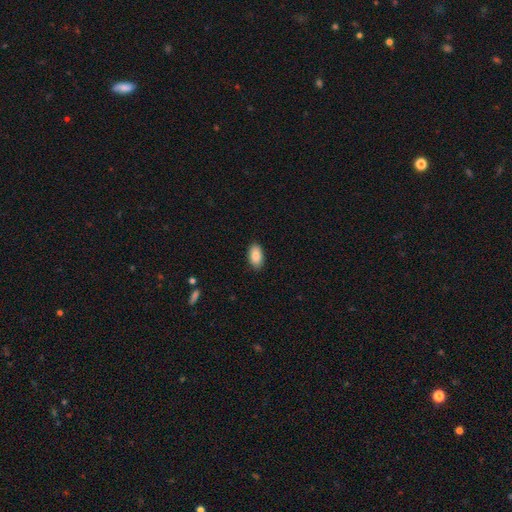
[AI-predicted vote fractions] Smooth or featured? Predicted: smooth (p=0.90). How rounded? Predicted: in between (p=0.94). Merging? Predicted: none (p=0.88).